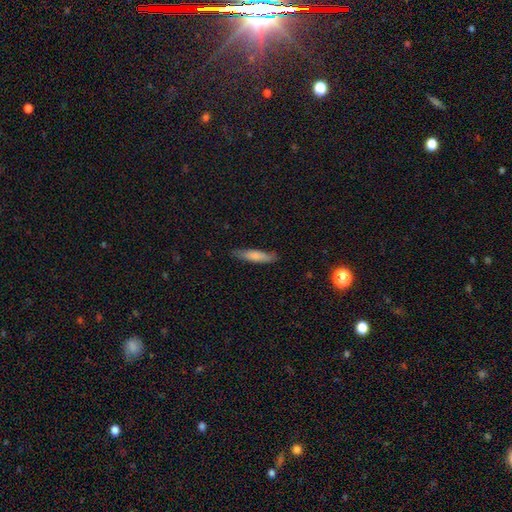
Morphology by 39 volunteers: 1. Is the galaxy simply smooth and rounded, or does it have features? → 72% smooth, 21% featured or disk, 8% star or artifact.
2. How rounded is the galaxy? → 82% cigar-shaped, 14% in between, 4% round.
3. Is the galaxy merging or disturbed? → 81% none, 11% minor disturbance, 6% major disturbance, 3% merger.